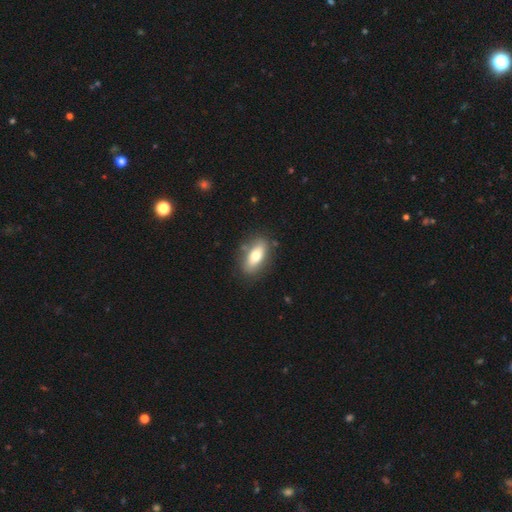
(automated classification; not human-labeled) Smooth or featured? smooth (68%)
How rounded? in between (82%)
Merging? none (80%)